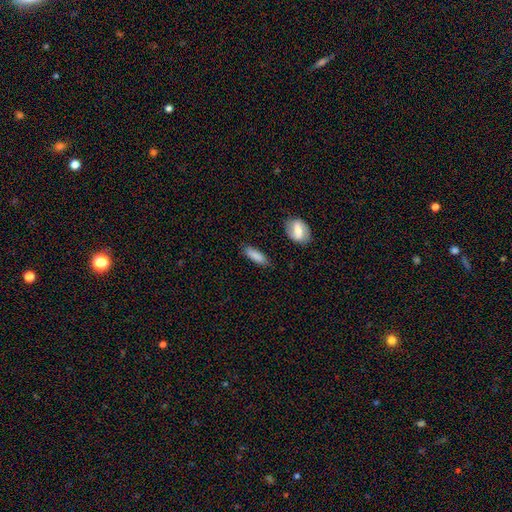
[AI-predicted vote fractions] This is clearly a smooth galaxy (83%). How rounded: possibly in between (50%). Merging: clearly none (81%).